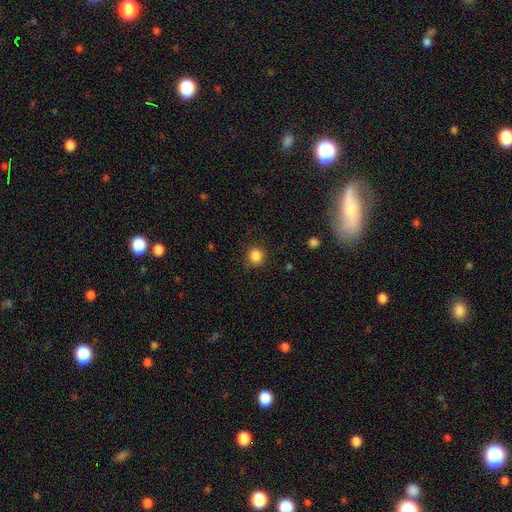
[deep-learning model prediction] A smooth galaxy with no disk features (85%) that is round (89%). Merging: none (85%).